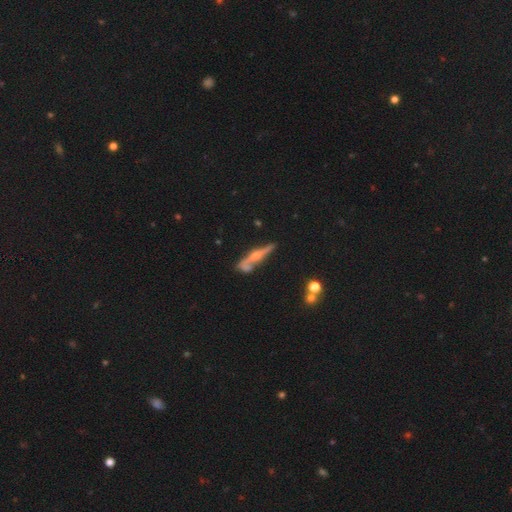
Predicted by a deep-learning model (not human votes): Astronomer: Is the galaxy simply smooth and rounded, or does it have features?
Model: featured or disk — 66%.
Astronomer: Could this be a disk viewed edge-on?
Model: yes — 87%.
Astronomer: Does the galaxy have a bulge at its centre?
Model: rounded — 81%.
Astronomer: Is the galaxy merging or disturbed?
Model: none — 54%.